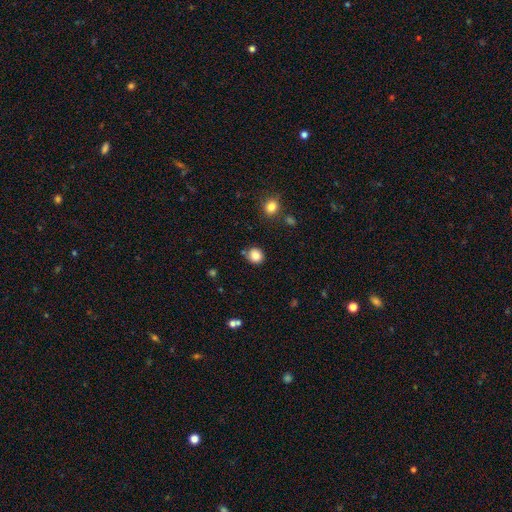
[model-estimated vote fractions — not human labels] Morphology: type=smooth (84%); roundness=round (82%); merging=none (80%).